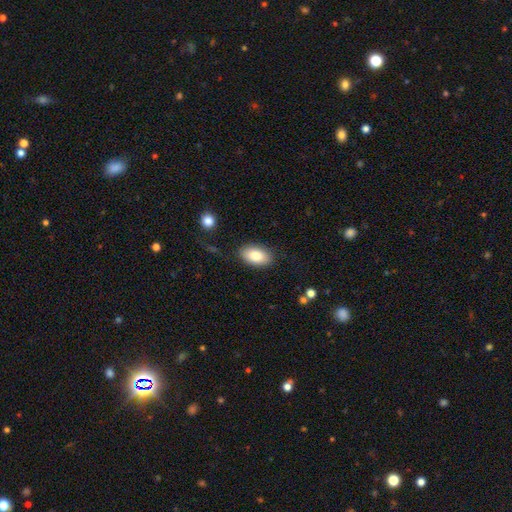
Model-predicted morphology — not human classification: Smooth or featured? Predicted: smooth (p=0.84). How rounded? Predicted: in between (p=0.94). Merging? Predicted: none (p=0.85).